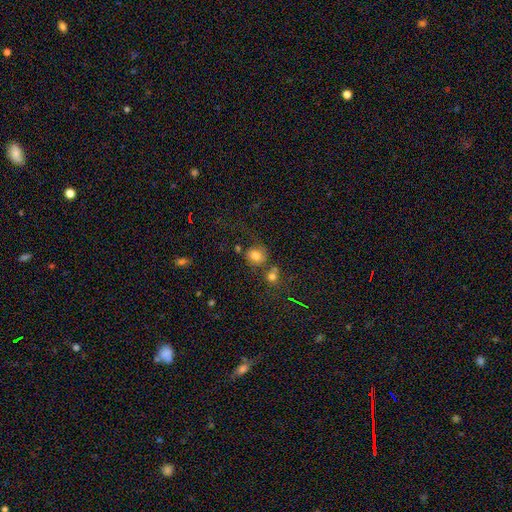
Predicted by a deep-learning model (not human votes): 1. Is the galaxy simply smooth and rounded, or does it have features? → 73% smooth, 14% featured or disk, 14% star or artifact.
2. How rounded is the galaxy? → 77% round, 22% in between, 1% cigar-shaped.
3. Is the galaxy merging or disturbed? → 51% none, 19% merger, 16% minor disturbance, 13% major disturbance.